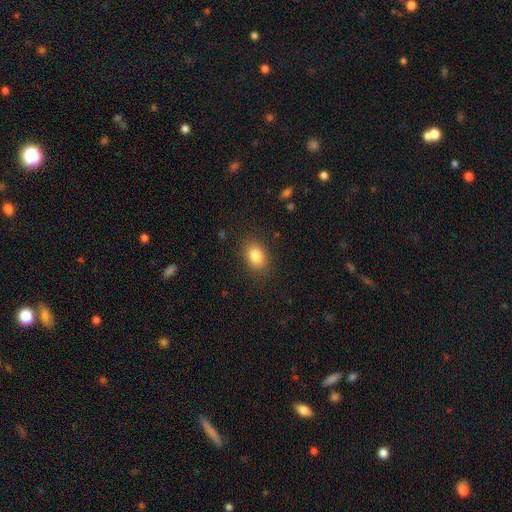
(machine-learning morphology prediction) Smooth or featured?
  - smooth: 84% *
  - star or artifact: 9%
  - featured or disk: 7%
How rounded?
  - in between: 75% *
  - round: 24%
  - cigar-shaped: 1%
Merging?
  - none: 86% *
  - minor disturbance: 10%
  - major disturbance: 3%
  - merger: 1%